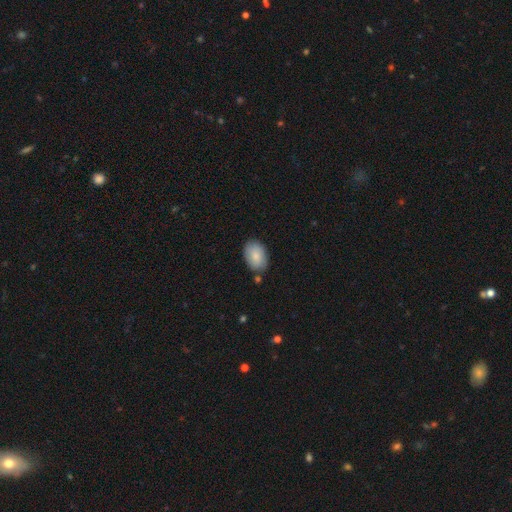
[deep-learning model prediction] Smooth or featured: smooth — 85% (featured or disk — 9%)
How rounded: in between — 87% (round — 12%)
Merging: none — 80% (minor disturbance — 14%)